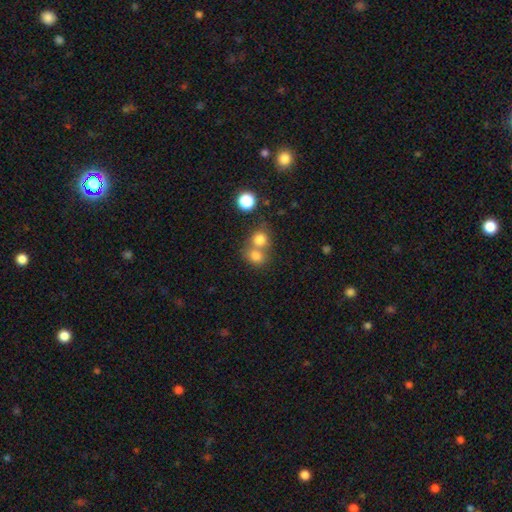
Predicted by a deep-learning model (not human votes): Smooth or featured: smooth — 77% (star or artifact — 13%)
How rounded: round — 68% (in between — 30%)
Merging: merger — 56% (none — 35%)